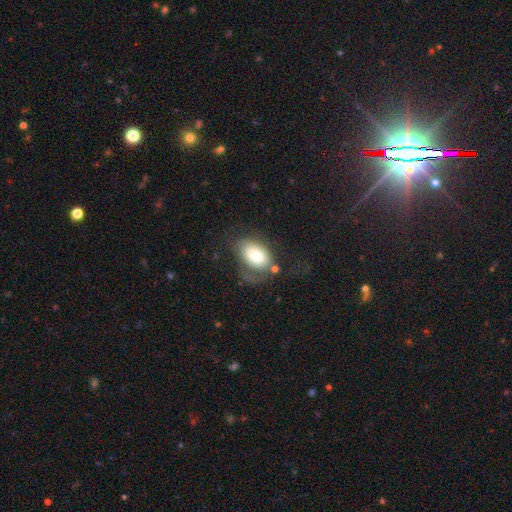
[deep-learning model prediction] Q: Smooth or featured?
A: smooth (73%); runner-up: featured or disk (20%)
Q: How rounded?
A: in between (89%); runner-up: round (10%)
Q: Merging?
A: none (44%); runner-up: major disturbance (26%)